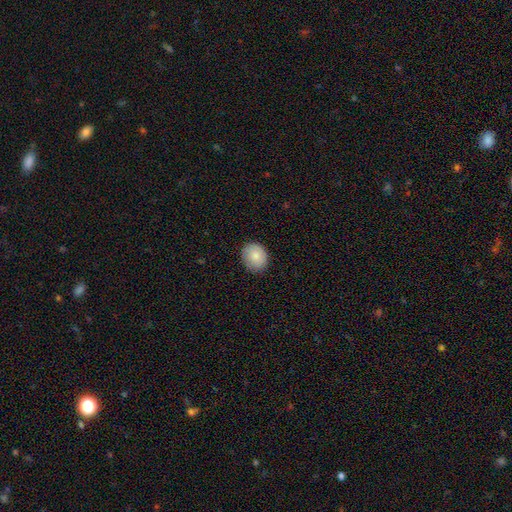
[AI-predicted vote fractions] The model was most divided on "how rounded": round: 57%, in between: 42%, cigar-shaped: 1%. More confident: smooth or featured — smooth (85%); merging — none (84%).